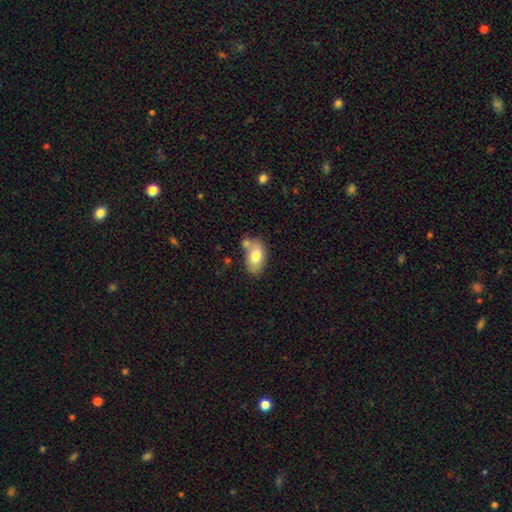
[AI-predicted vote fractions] smooth-or-featured: smooth: 75% | featured or disk: 18% | star or artifact: 7%
  how-rounded: in between: 91% | round: 7% | cigar-shaped: 2%
  merging: none: 55% | merger: 21% | minor disturbance: 19% | major disturbance: 5%